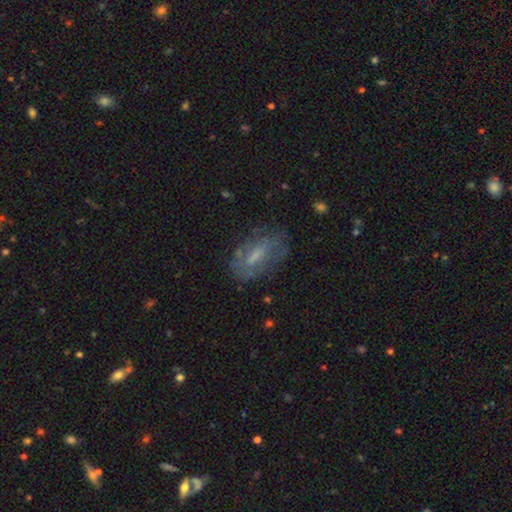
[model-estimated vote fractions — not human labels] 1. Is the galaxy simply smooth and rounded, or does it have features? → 49% featured or disk, 42% smooth, 9% star or artifact.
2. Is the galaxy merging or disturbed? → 67% none, 21% minor disturbance, 11% major disturbance, 2% merger.